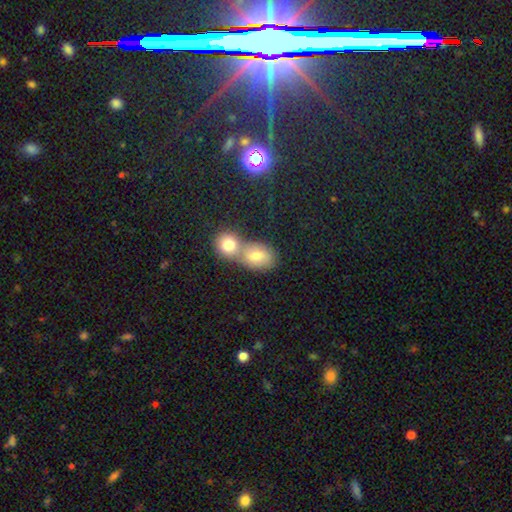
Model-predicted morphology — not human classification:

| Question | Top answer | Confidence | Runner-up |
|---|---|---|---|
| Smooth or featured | smooth | 70% | star or artifact (15%) |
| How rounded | in between | 54% | round (44%) |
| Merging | merger | 56% | none (35%) |